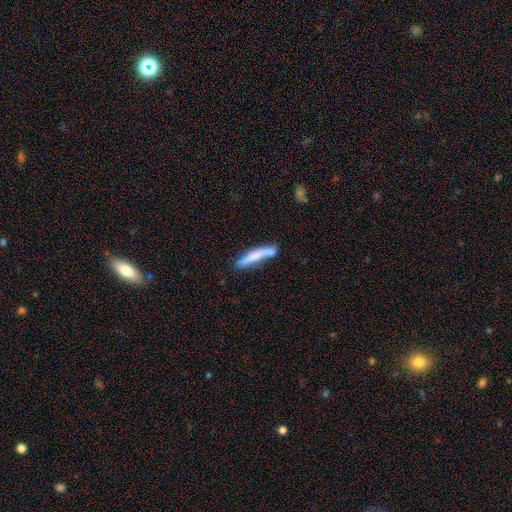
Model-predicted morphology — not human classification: This appears to be a smooth galaxy with no disk features (67%) that is cigar-shaped (92%). Merging: none (61%).